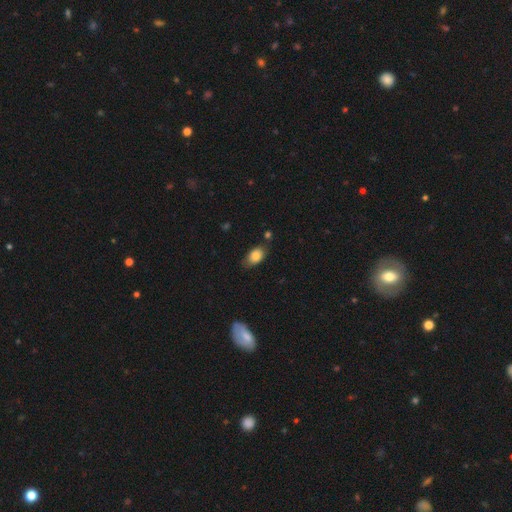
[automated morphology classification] A smooth galaxy with no disk features (82%) that is in between round and cigar-shaped (88%).

Vote fractions:
- Smooth or featured? smooth: 82% / featured or disk: 10% / star or artifact: 8%
- How rounded? in between: 88% / round: 10% / cigar-shaped: 2%
- Merging? none: 69% / minor disturbance: 22% / merger: 5% / major disturbance: 5%